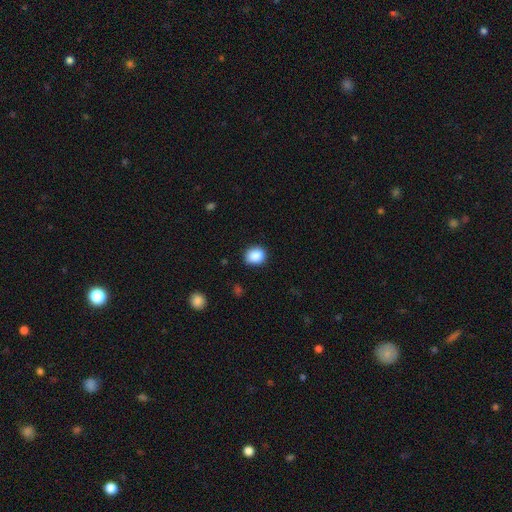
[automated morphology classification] Smooth or featured? Predicted: smooth (p=0.87). How rounded? Predicted: round (p=0.62). Merging? Predicted: none (p=0.84).